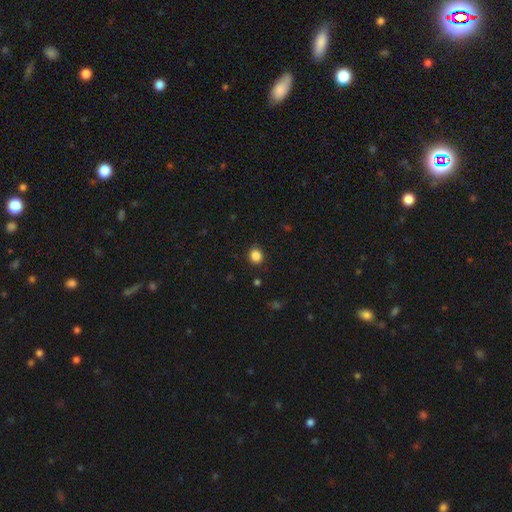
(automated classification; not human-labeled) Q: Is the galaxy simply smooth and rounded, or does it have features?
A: smooth — 85%.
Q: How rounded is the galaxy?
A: round — 83%.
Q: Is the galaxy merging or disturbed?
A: none — 90%.